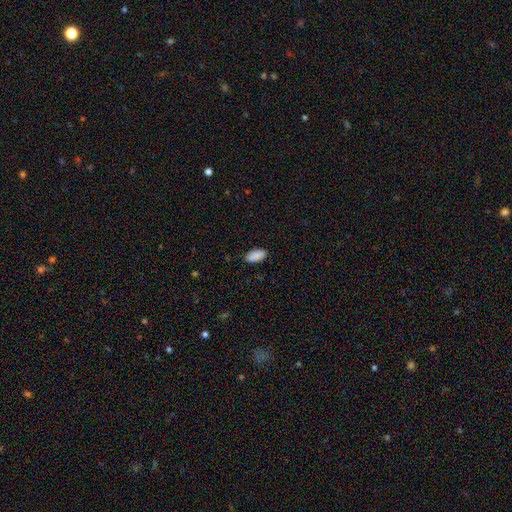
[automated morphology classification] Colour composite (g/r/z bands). It shows a smooth galaxy with no disk features (90%) that is in between round and cigar-shaped (94%). Merging: none (88%).